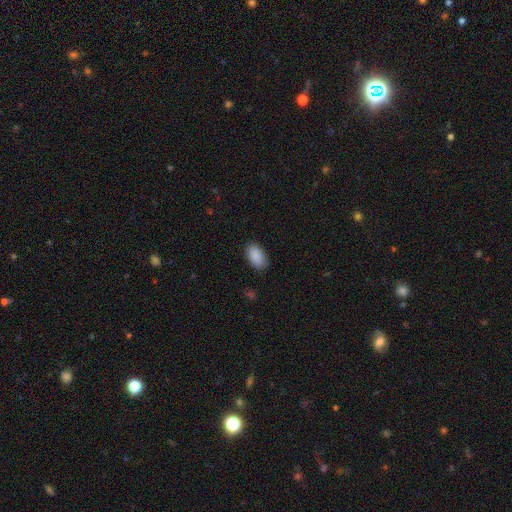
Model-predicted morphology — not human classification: smooth_or_featured: smooth (p=0.90) [alt: star or artifact p=0.07]
how_rounded: in between (p=0.94) [alt: round p=0.04]
merging: none (p=0.87) [alt: minor disturbance p=0.10]